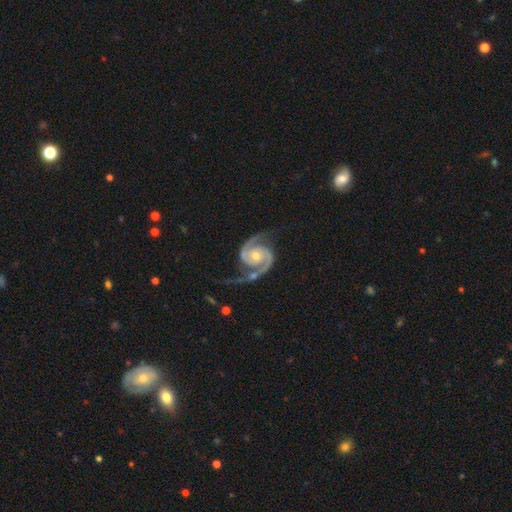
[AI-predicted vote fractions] Smooth or featured?
  - featured or disk: 94% *
  - star or artifact: 4%
  - smooth: 2%
Edge-on disk?
  - no: 98% *
  - yes: 2%
Bar?
  - no: 66% *
  - weak: 25%
  - strong: 10%
Spiral arms?
  - yes: 99% *
  - no: 1%
Spiral winding?
  - medium: 52% *
  - tight: 38%
  - loose: 10%
Spiral arm count?
  - 2: 94% *
  - 3: 2%
  - can't tell: 1%
  - 1: 1%
  - 4: 1%
  - more than 4: 1%
Bulge size?
  - moderate: 57% *
  - small: 38%
  - large: 3%
  - none: 2%
  - dominant: 1%
Merging?
  - none: 69% *
  - minor disturbance: 18%
  - major disturbance: 9%
  - merger: 4%